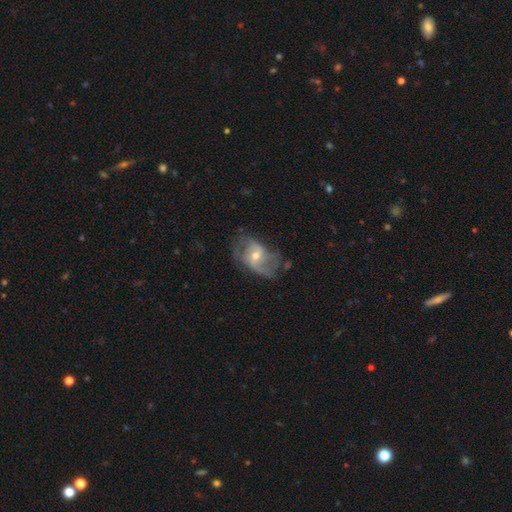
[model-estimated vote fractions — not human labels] Smooth or featured: featured or disk — 71% (smooth — 21%)
Edge-on disk: no — 95% (yes — 5%)
Bar: no — 47% (weak — 40%)
Spiral arms: yes — 79% (no — 21%)
Spiral winding: loose — 45% (medium — 39%)
Spiral arm count: 2 — 64% (can't tell — 20%)
Bulge size: moderate — 53% (small — 42%)
Merging: none — 48% (minor disturbance — 27%)